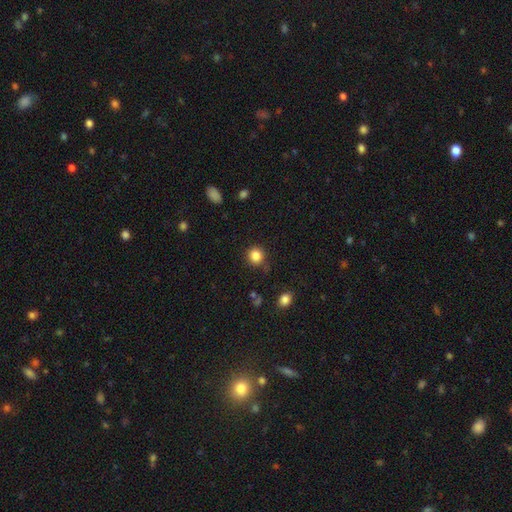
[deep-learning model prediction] This is clearly a smooth galaxy (85%). How rounded: clearly round (88%). Merging: clearly none (85%).